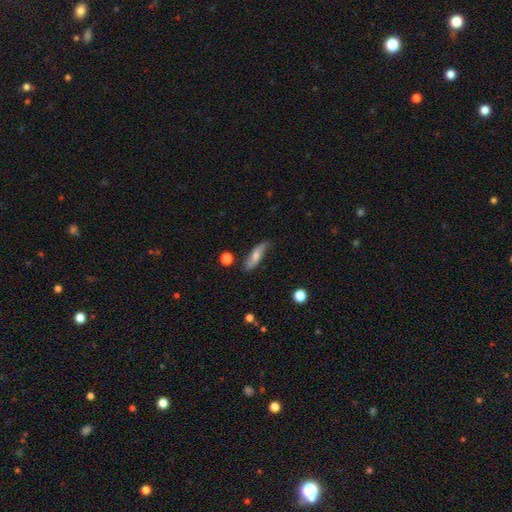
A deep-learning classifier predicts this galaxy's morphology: A smooth galaxy with no disk features (47%).

Vote fractions:
- Smooth or featured? smooth: 47% / featured or disk: 46% / star or artifact: 7%
- Merging? none: 71% / minor disturbance: 22% / major disturbance: 5% / merger: 2%